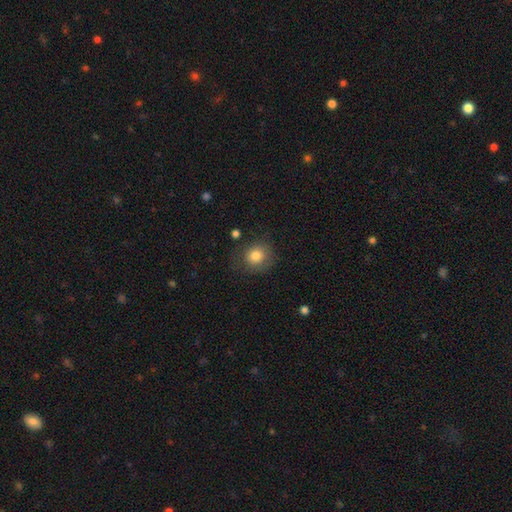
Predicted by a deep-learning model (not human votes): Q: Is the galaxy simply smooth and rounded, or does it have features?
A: smooth — 82%.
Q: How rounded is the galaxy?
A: round — 82%.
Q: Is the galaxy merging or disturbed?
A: none — 74%.